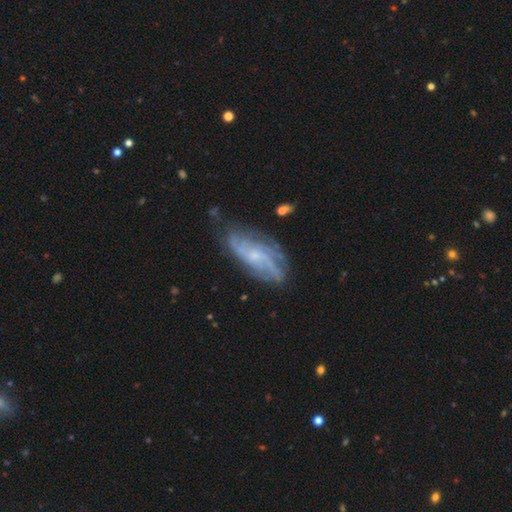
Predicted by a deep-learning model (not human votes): smooth-or-featured: featured or disk: 78% | smooth: 15% | star or artifact: 7%
  disk-edge-on: no: 91% | yes: 9%
    bar: no: 64% | weak: 31% | strong: 6%
    has-spiral-arms: yes: 91% | no: 9%
      spiral-winding: medium: 41% | tight: 33% | loose: 26%
      spiral-arm-count: can't tell: 34% | 2: 27% | 3: 18% | 4: 11% | more than 4: 5% | 1: 5%
    bulge-size: small: 70% | moderate: 21% | none: 7% | large: 1% | dominant: 1%
  merging: none: 68% | minor disturbance: 21% | major disturbance: 9% | merger: 3%